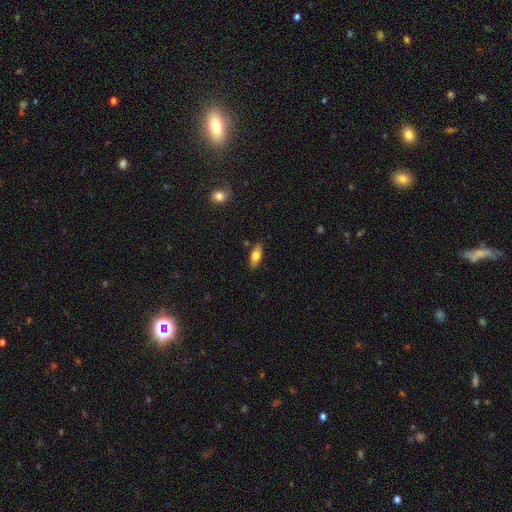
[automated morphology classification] Q: Smooth or featured?
A: smooth (73%); runner-up: featured or disk (20%)
Q: How rounded?
A: in between (80%); runner-up: cigar-shaped (16%)
Q: Merging?
A: none (84%); runner-up: minor disturbance (11%)